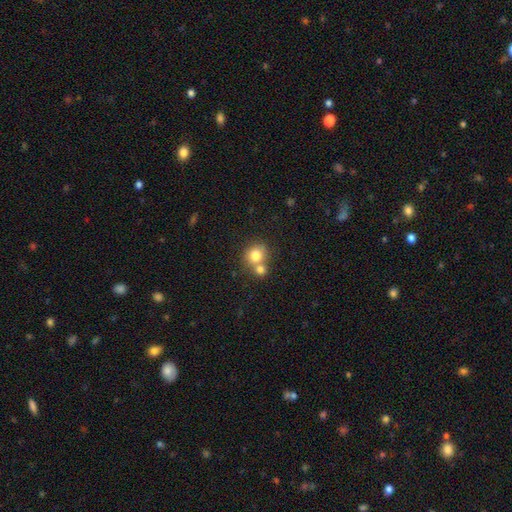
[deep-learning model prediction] smooth-or-featured: smooth: 78% | featured or disk: 12% | star or artifact: 10%
  how-rounded: round: 81% | in between: 19% | cigar-shaped: 1%
  merging: merger: 47% | none: 43% | minor disturbance: 7% | major disturbance: 3%